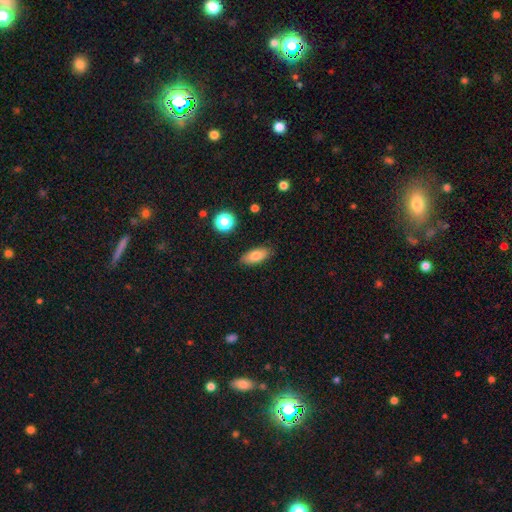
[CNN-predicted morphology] Q: Smooth or featured?
A: smooth (79%); runner-up: featured or disk (13%)
Q: How rounded?
A: in between (82%); runner-up: cigar-shaped (14%)
Q: Merging?
A: none (87%); runner-up: minor disturbance (10%)